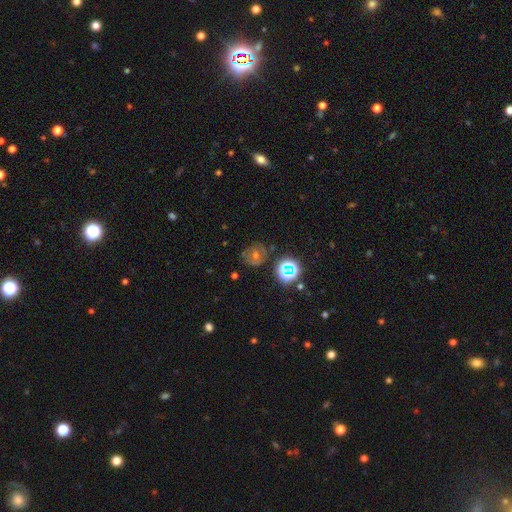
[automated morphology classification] Smooth or featured? Predicted: star or artifact (p=0.44).